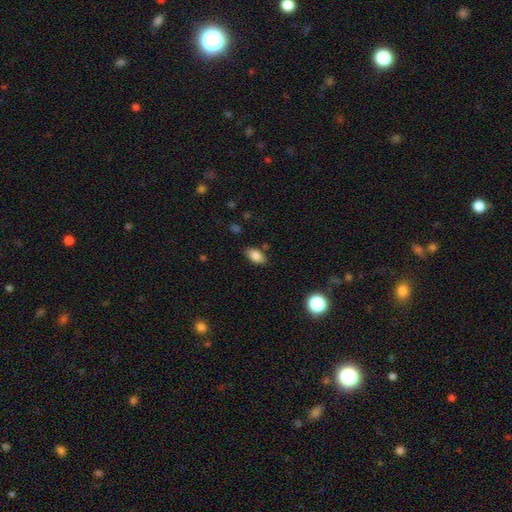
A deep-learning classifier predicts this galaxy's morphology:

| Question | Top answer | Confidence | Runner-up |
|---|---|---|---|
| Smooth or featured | smooth | 85% | star or artifact (9%) |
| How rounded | in between | 91% | round (6%) |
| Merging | none | 81% | minor disturbance (13%) |